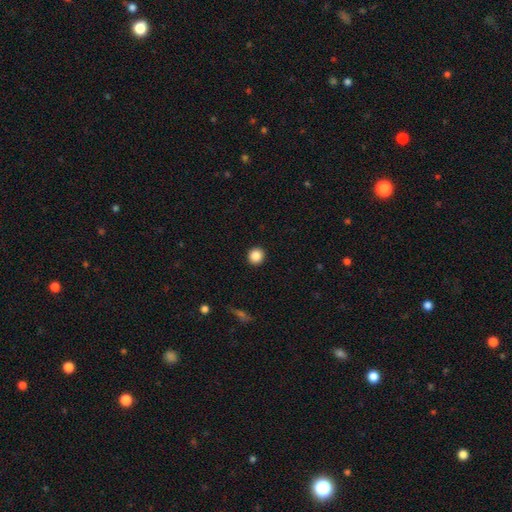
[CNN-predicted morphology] Smooth or featured: smooth — 87% (star or artifact — 9%)
How rounded: round — 93% (in between — 6%)
Merging: none — 93% (minor disturbance — 4%)